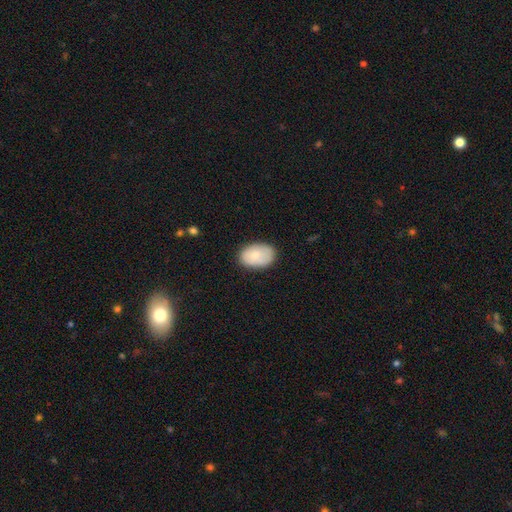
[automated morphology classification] A smooth galaxy with no disk features (75%) that is in between round and cigar-shaped (86%). Merging: none (81%).